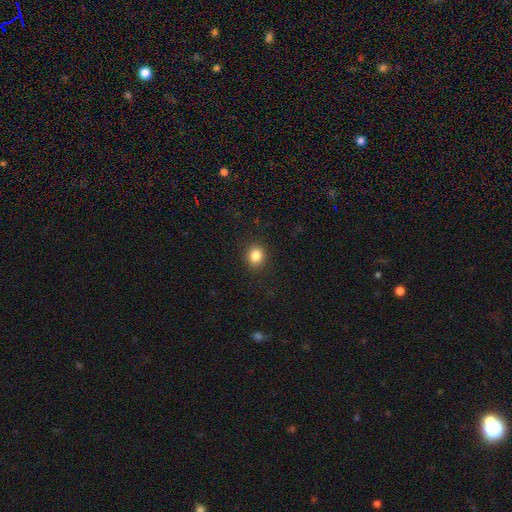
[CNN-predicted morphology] Smooth or featured? smooth (84%)
How rounded? round (77%)
Merging? none (91%)